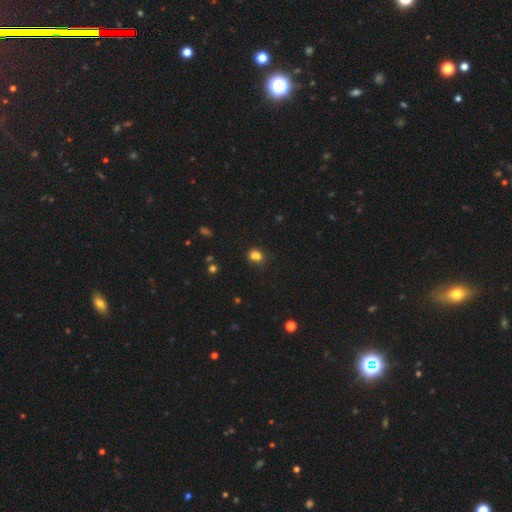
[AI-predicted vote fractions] A smooth galaxy with no disk features (78%) that is round (55%). Merging: none (56%).